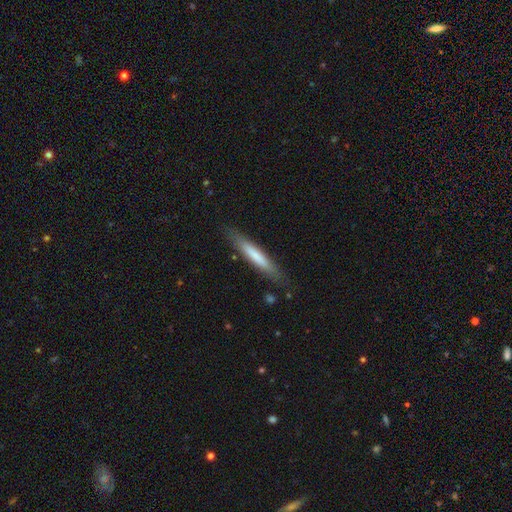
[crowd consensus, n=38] Morphology: type=smooth (68%); roundness=cigar-shaped (100%); merging=none (83%).